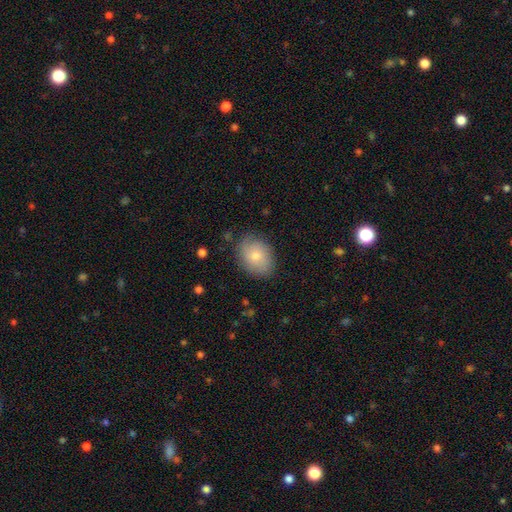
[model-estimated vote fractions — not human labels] smooth_or_featured: smooth (p=0.76) [alt: featured or disk p=0.17]
how_rounded: in between (p=0.66) [alt: round p=0.33]
merging: none (p=0.79) [alt: minor disturbance p=0.16]